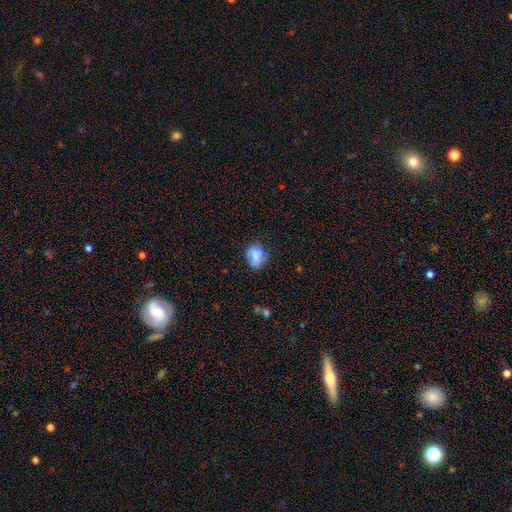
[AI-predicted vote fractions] The model was most divided on "how rounded": in between: 52%, round: 46%, cigar-shaped: 2%. More confident: smooth or featured — smooth (72%); merging — none (65%).